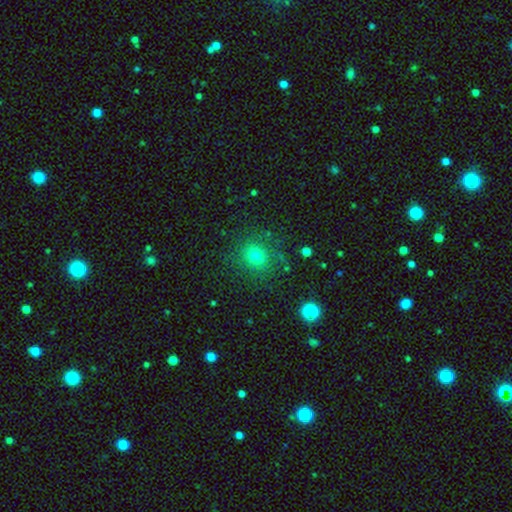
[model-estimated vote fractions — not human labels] smooth 72%, star or artifact 18%, featured or disk 10%. Down the decision tree: how rounded — round (76%); merging — none (82%).